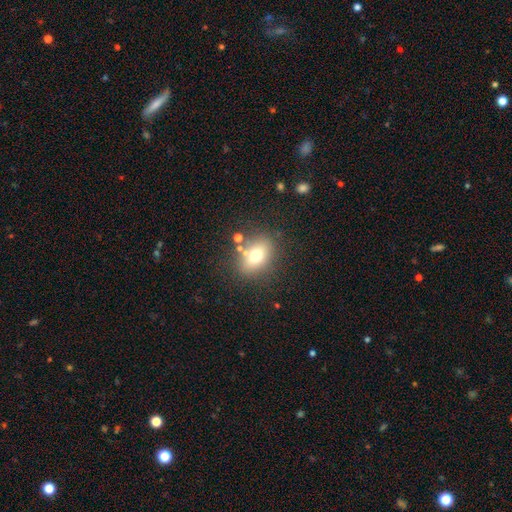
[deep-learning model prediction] smooth-or-featured: smooth: 70% | featured or disk: 17% | star or artifact: 13%
  how-rounded: in between: 65% | round: 33% | cigar-shaped: 2%
  merging: none: 74% | minor disturbance: 13% | merger: 8% | major disturbance: 5%